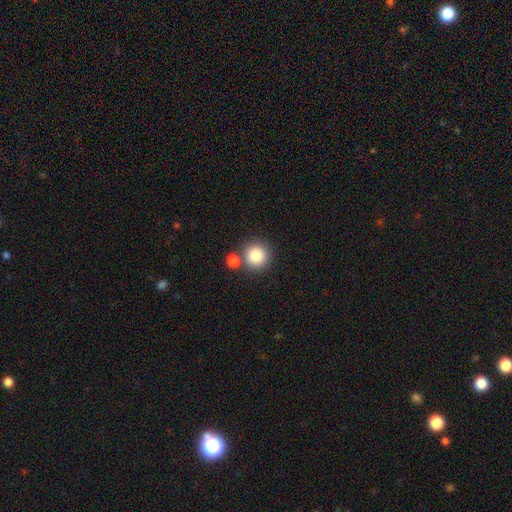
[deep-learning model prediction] This is clearly a smooth galaxy (86%). How rounded: clearly round (93%). Merging: likely none (72%).